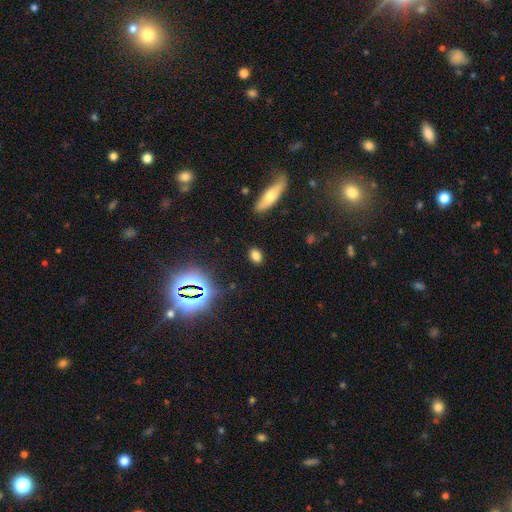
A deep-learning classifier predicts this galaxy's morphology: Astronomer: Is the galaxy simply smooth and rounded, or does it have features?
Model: smooth — 75%.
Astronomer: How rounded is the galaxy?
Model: in between — 77%.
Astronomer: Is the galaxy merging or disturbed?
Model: none — 86%.